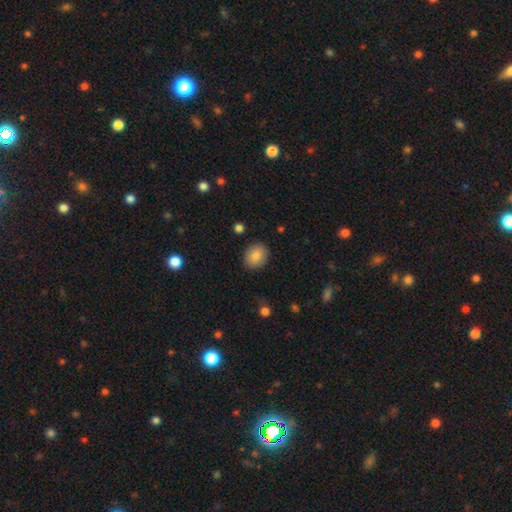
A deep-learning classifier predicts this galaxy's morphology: Q: Smooth or featured?
A: smooth (84%); runner-up: star or artifact (8%)
Q: How rounded?
A: round (55%); runner-up: in between (44%)
Q: Merging?
A: none (89%); runner-up: minor disturbance (8%)